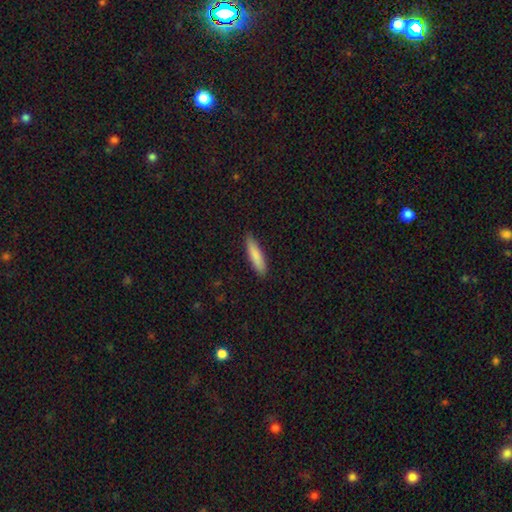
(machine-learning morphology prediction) A smooth galaxy with no disk features (84%) that is cigar-shaped (78%). Merging: none (87%).